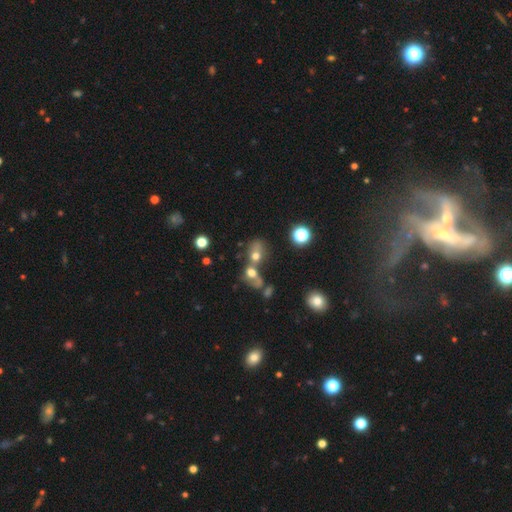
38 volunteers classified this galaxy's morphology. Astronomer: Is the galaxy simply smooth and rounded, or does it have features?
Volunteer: smooth — 63%.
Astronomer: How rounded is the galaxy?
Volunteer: in between — 75%.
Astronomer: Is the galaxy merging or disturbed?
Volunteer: merger — 59%.